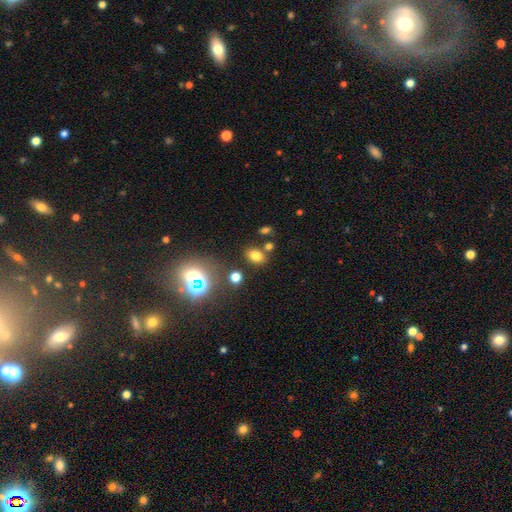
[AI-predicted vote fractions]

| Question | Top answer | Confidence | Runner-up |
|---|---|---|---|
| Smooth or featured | smooth | 74% | star or artifact (18%) |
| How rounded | in between | 70% | round (29%) |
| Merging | none | 74% | minor disturbance (11%) |